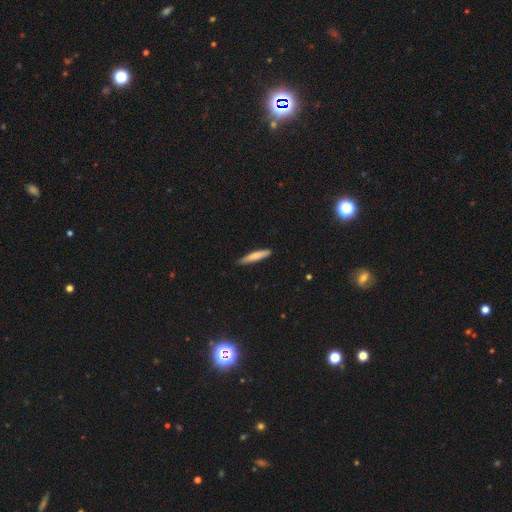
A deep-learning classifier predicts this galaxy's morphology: The model was most divided on "smooth or featured": smooth: 72%, featured or disk: 22%, star or artifact: 6%. More confident: how rounded — cigar-shaped (90%); merging — none (85%).